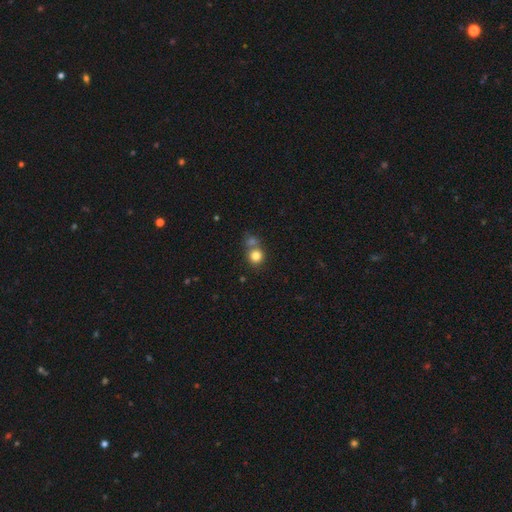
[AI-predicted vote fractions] Smooth or featured: smooth — 81% (star or artifact — 11%)
How rounded: round — 87% (in between — 12%)
Merging: none — 55% (merger — 33%)